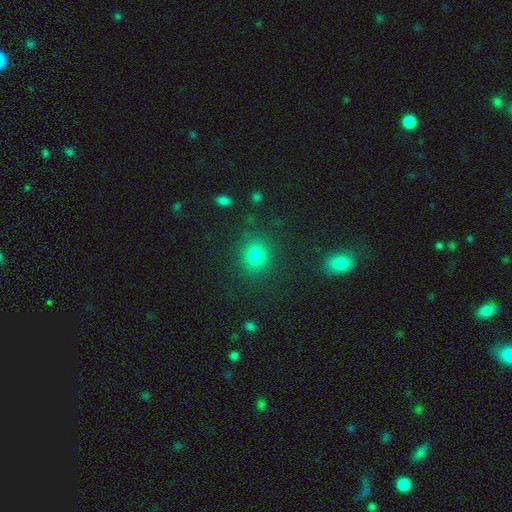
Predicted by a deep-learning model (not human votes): Smooth or featured? smooth (79%)
How rounded? round (85%)
Merging? none (86%)